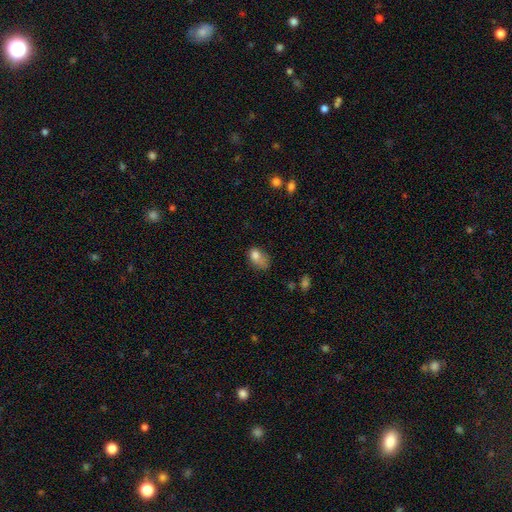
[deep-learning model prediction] smooth 76%, featured or disk 13%, star or artifact 10%. Down the decision tree: how rounded — in between (80%); merging — minor disturbance (36%).